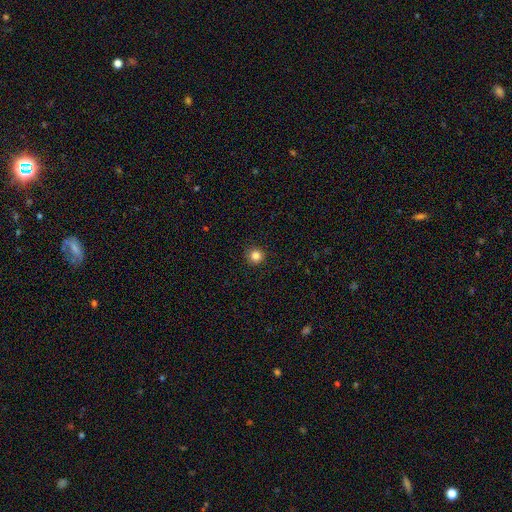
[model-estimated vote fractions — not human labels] Q: Smooth or featured?
A: smooth (84%); runner-up: star or artifact (12%)
Q: How rounded?
A: round (95%); runner-up: in between (4%)
Q: Merging?
A: none (92%); runner-up: minor disturbance (5%)